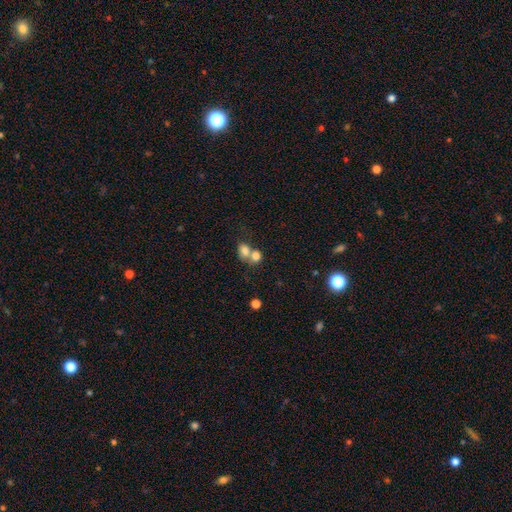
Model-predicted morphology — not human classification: This is likely a smooth galaxy (76%). How rounded: possibly round (58%). Merging: likely merger (67%).